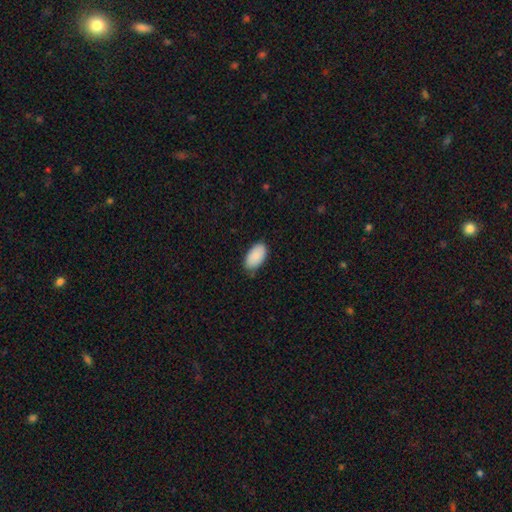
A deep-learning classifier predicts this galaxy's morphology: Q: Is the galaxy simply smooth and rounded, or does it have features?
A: smooth — 89%.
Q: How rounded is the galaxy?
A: in between — 96%.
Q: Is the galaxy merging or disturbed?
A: none — 77%.